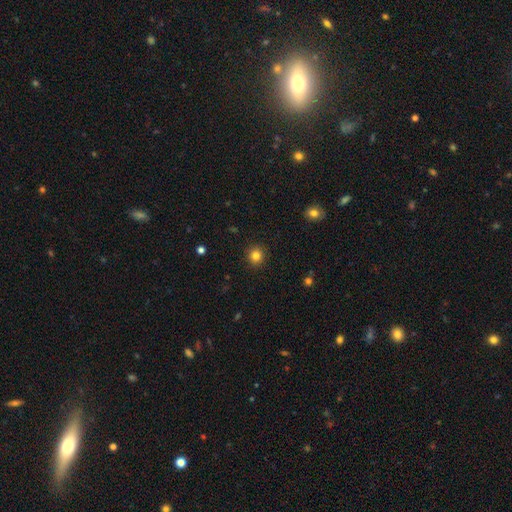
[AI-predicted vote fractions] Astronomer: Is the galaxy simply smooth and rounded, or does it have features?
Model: smooth — 83%.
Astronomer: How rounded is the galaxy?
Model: round — 90%.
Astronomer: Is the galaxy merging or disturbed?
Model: none — 91%.